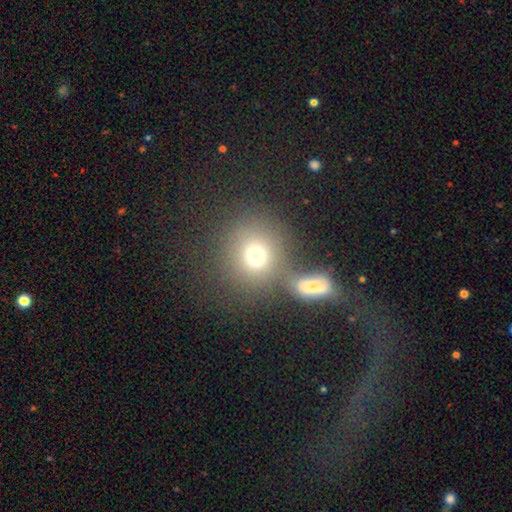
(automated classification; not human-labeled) smooth 74%, star or artifact 13%, featured or disk 12%. Down the decision tree: how rounded — round (84%); merging — none (55%).